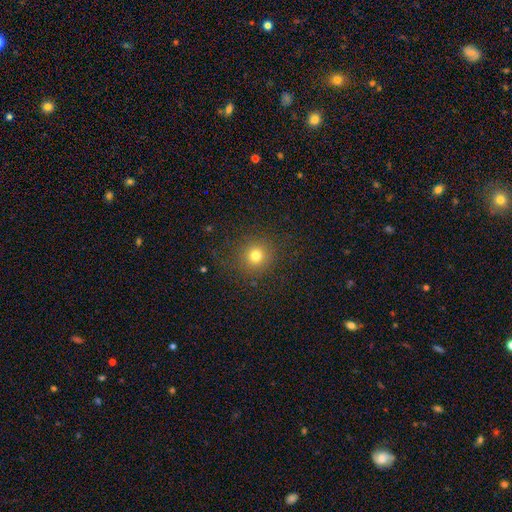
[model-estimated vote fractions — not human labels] smooth 76%, star or artifact 17%, featured or disk 8%. Down the decision tree: how rounded — round (91%); merging — none (87%).